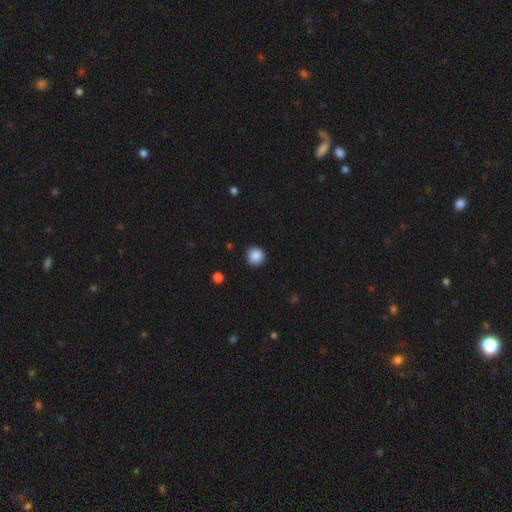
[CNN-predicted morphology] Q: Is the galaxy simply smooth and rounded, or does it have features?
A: smooth — 87%.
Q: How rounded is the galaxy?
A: round — 94%.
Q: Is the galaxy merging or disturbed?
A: none — 90%.